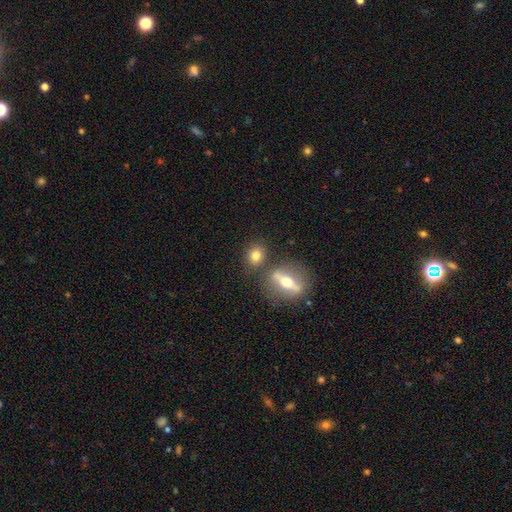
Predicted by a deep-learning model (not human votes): Morphology: type=smooth (71%); roundness=round (60%); merging=none (72%).